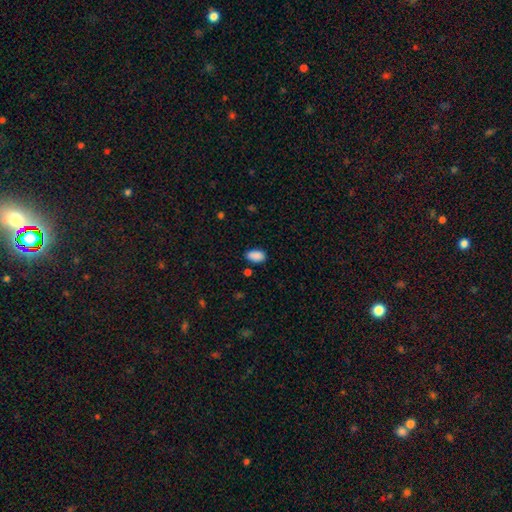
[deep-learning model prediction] Morphology: type=smooth (89%); roundness=in between (93%); merging=none (81%).